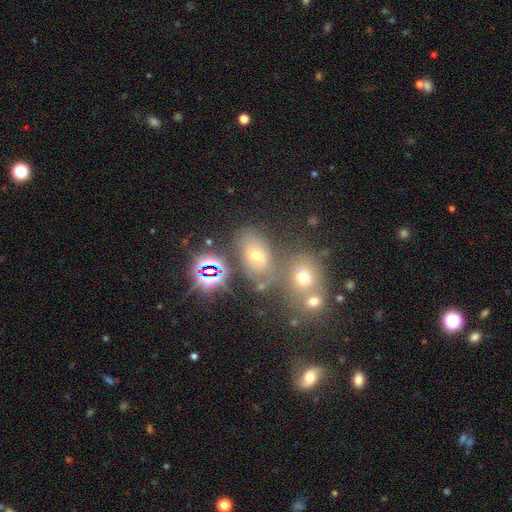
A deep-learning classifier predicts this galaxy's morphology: Smooth or featured?
  - smooth: 42% *
  - star or artifact: 31%
  - featured or disk: 26%
Merging?
  - none: 58% *
  - merger: 20%
  - minor disturbance: 15%
  - major disturbance: 7%